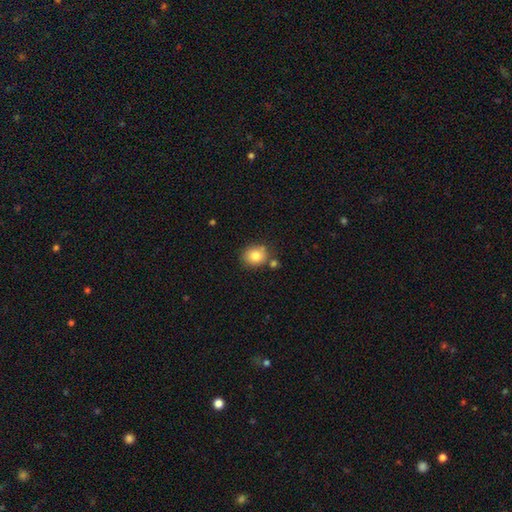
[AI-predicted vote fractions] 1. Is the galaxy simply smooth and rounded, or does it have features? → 82% smooth, 9% star or artifact, 9% featured or disk.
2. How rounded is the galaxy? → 70% round, 30% in between, 1% cigar-shaped.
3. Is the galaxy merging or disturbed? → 73% none, 14% minor disturbance, 10% merger, 3% major disturbance.